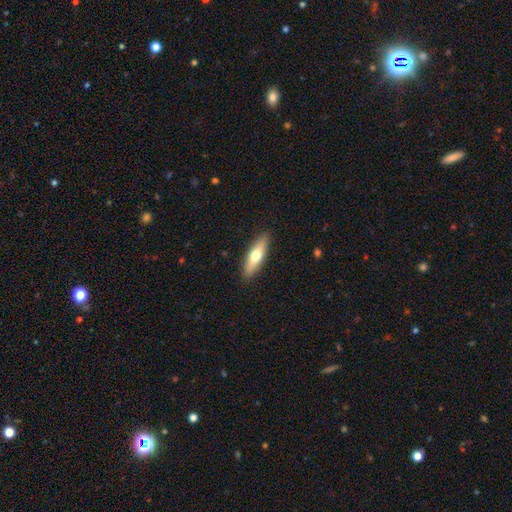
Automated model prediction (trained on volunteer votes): A smooth galaxy with no disk features (63%) that is cigar-shaped (55%).

Vote fractions:
- Smooth or featured? smooth: 63% / featured or disk: 32% / star or artifact: 6%
- How rounded? cigar-shaped: 55% / in between: 43% / round: 2%
- Merging? none: 89% / minor disturbance: 8% / major disturbance: 2% / merger: 1%